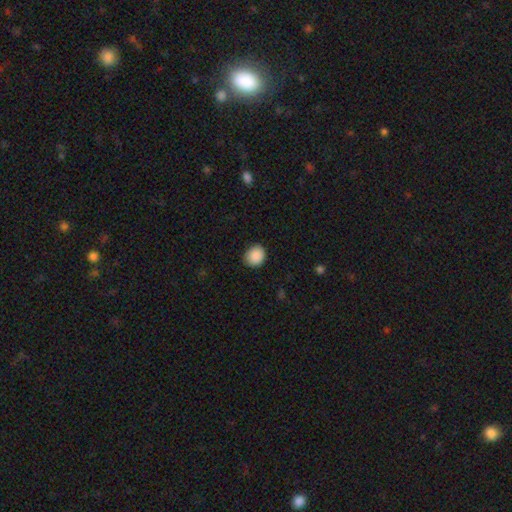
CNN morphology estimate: Smooth or featured: smooth — 89% (star or artifact — 8%)
How rounded: round — 72% (in between — 27%)
Merging: none — 86% (minor disturbance — 10%)